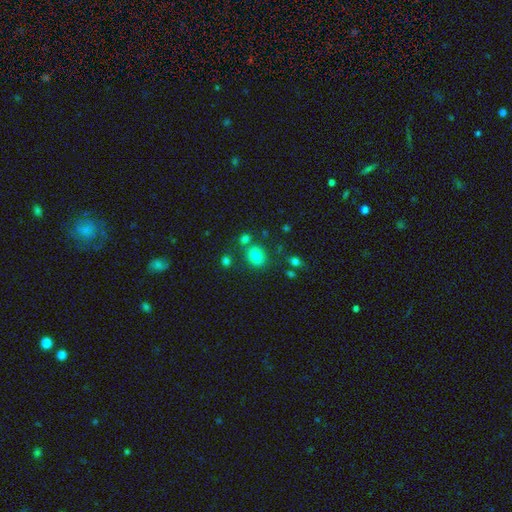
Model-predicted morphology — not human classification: This is clearly a smooth galaxy (81%). How rounded: possibly round (59%). Merging: likely none (74%).